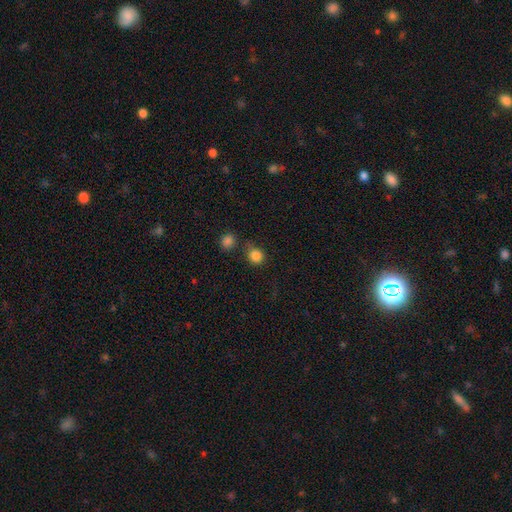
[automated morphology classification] Smooth or featured: smooth — 84% (star or artifact — 12%)
How rounded: round — 84% (in between — 15%)
Merging: none — 65% (merger — 15%)